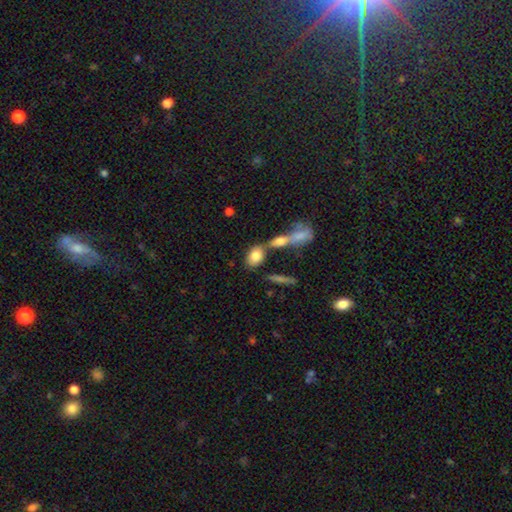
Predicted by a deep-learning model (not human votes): A smooth galaxy with no disk features (81%) that is in between round and cigar-shaped (80%).

Vote fractions:
- Smooth or featured? smooth: 81% / featured or disk: 12% / star or artifact: 8%
- How rounded? in between: 80% / round: 16% / cigar-shaped: 4%
- Merging? none: 52% / merger: 29% / minor disturbance: 13% / major disturbance: 6%